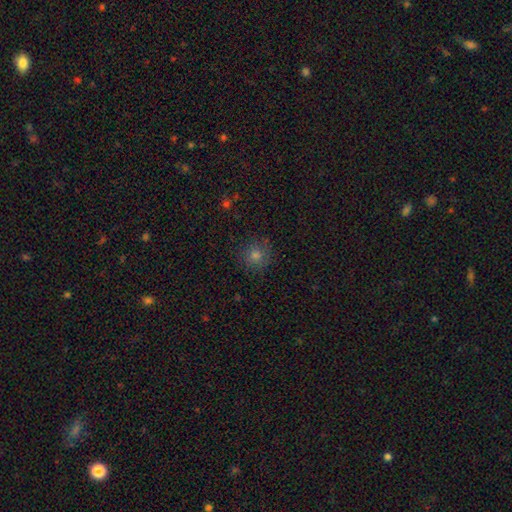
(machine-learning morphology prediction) This is likely a smooth galaxy (74%). How rounded: clearly round (92%). Merging: clearly none (86%).